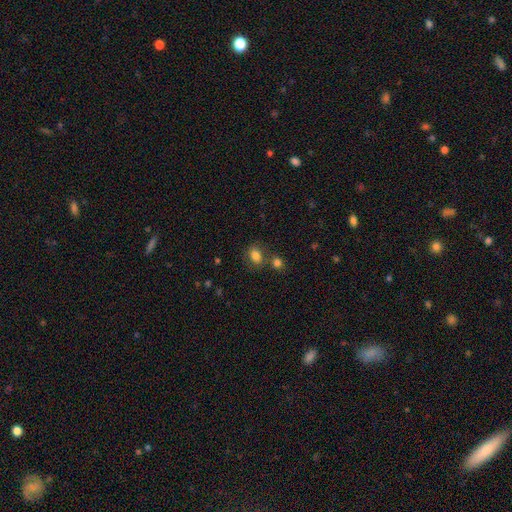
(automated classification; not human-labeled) Overall: smooth (82%). How rounded: in between (66%; round 32%). Merging: none (62%).